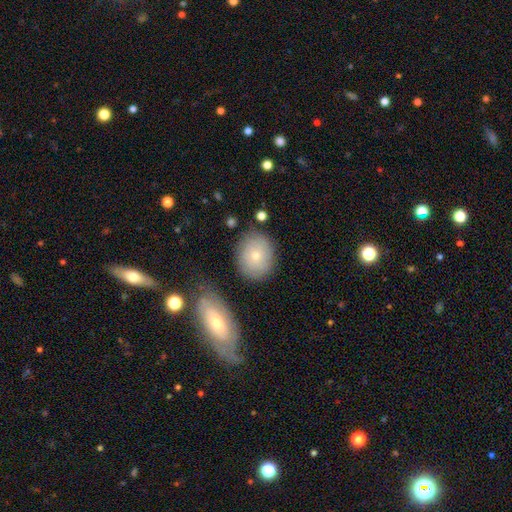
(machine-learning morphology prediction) Overall: smooth (75%). How rounded: round (61%; in between 38%). Merging: none (78%).